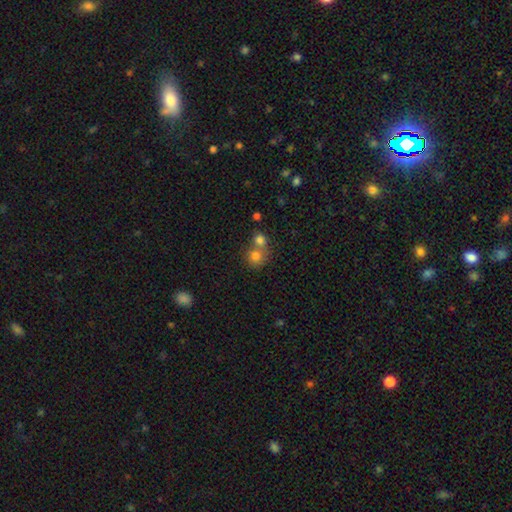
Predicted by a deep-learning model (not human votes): smooth_or_featured: smooth (p=0.77) [alt: star or artifact p=0.12]
how_rounded: round (p=0.84) [alt: in between p=0.15]
merging: merger (p=0.49) [alt: none p=0.42]